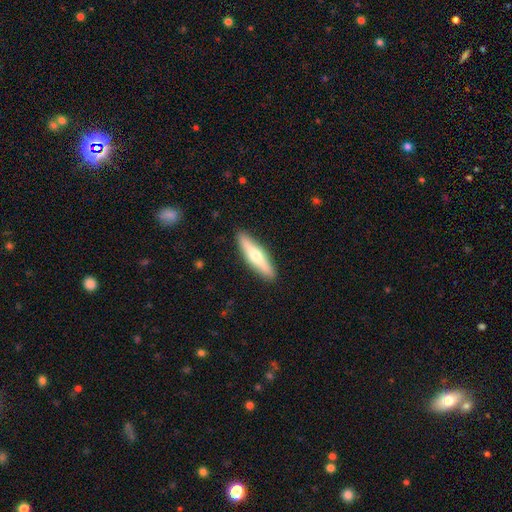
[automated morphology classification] smooth_or_featured: featured or disk (p=0.48) [alt: smooth p=0.47]
merging: none (p=0.90) [alt: minor disturbance p=0.07]